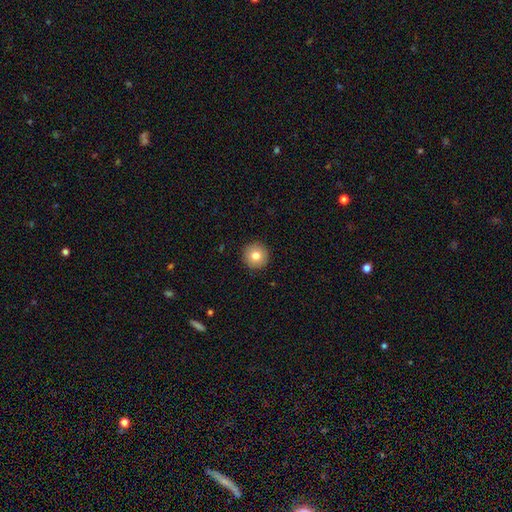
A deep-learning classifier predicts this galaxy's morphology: smooth-or-featured: smooth: 81% | featured or disk: 10% | star or artifact: 9%
  how-rounded: round: 96% | in between: 3% | cigar-shaped: 1%
  merging: none: 92% | minor disturbance: 5% | major disturbance: 2% | merger: 1%